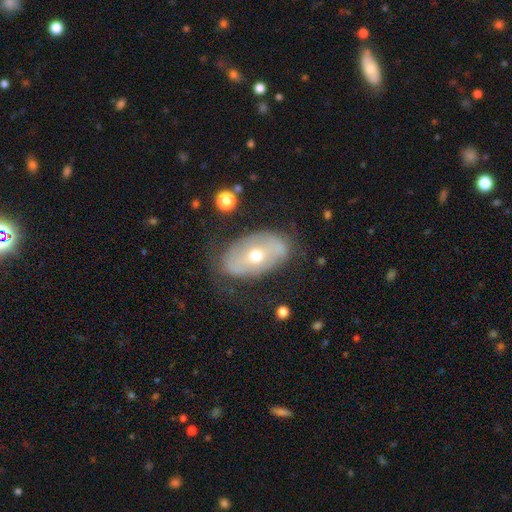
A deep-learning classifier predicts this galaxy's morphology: The model was most divided on "smooth or featured": featured or disk: 56%, smooth: 36%, star or artifact: 7%. More confident: edge-on disk — no (90%); merging — none (71%); bulge size — moderate (69%); spiral arms — no (64%); bar — no (56%).